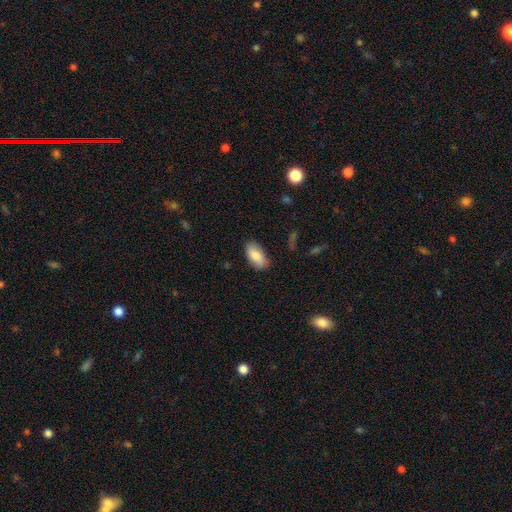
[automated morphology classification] A smooth galaxy with no disk features (83%) that is in between round and cigar-shaped (92%).

Vote fractions:
- Smooth or featured? smooth: 83% / featured or disk: 11% / star or artifact: 6%
- How rounded? in between: 92% / cigar-shaped: 5% / round: 3%
- Merging? none: 83% / minor disturbance: 13% / major disturbance: 3% / merger: 1%